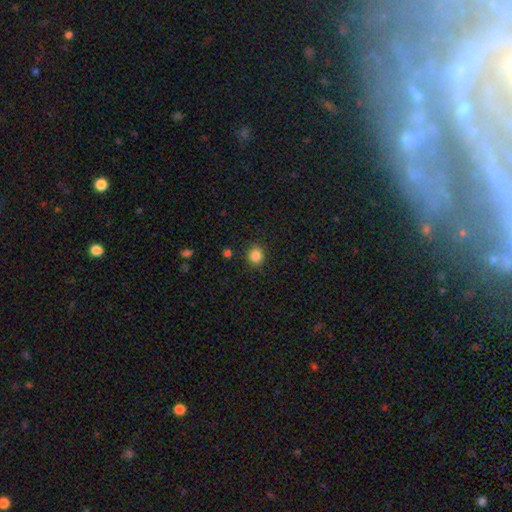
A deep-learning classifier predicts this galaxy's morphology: A smooth galaxy with no disk features (85%) that is round (87%). Merging: none (89%).